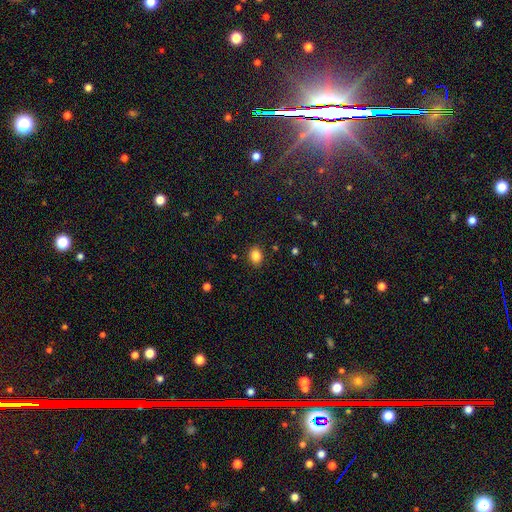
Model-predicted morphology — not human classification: type=smooth (84%); roundness=in between (52%); merging=none (87%).